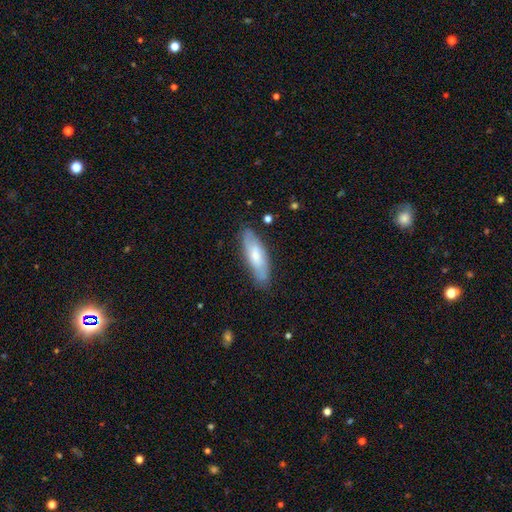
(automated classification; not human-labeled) The model was most divided on "how rounded": in between: 54%, cigar-shaped: 44%, round: 2%. More confident: merging — none (80%); smooth or featured — smooth (59%).